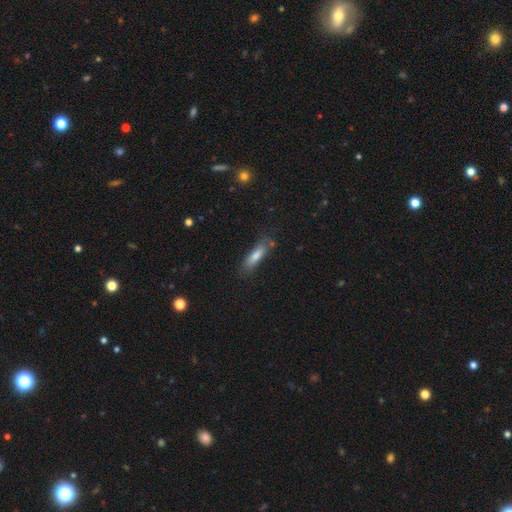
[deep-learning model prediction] Smooth or featured?
  - smooth: 74% *
  - featured or disk: 18%
  - star or artifact: 8%
How rounded?
  - cigar-shaped: 64% *
  - in between: 34%
  - round: 2%
Merging?
  - none: 74% *
  - minor disturbance: 18%
  - major disturbance: 5%
  - merger: 3%